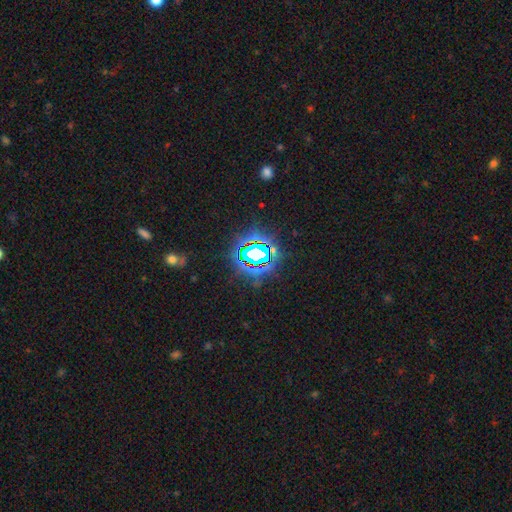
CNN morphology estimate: smooth-or-featured: star or artifact: 76% | smooth: 13% | featured or disk: 11%